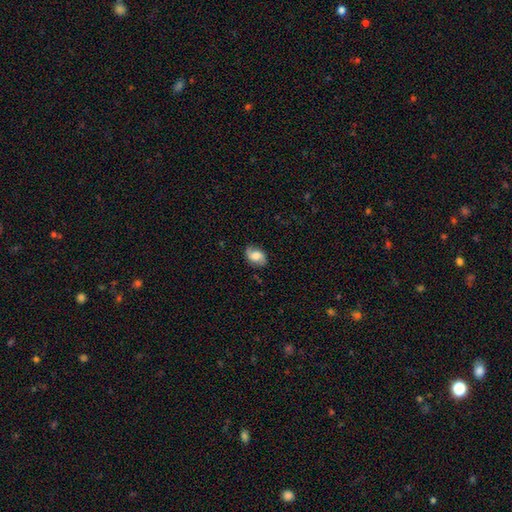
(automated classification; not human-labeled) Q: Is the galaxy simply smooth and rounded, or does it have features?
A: smooth — 52%.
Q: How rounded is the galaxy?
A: in between — 81%.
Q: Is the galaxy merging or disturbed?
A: none — 77%.